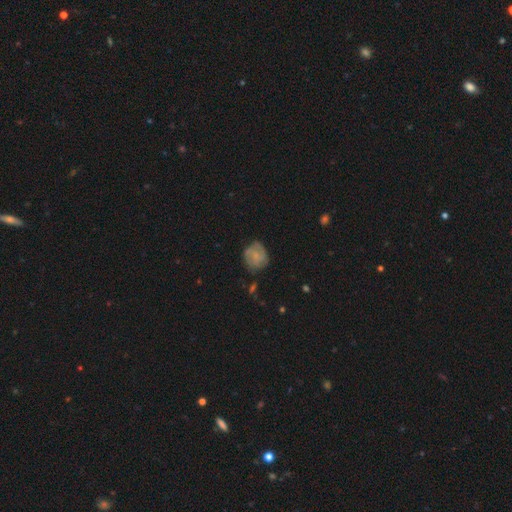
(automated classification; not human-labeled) smooth 48%, featured or disk 44%, star or artifact 8%. Down the decision tree: merging — none (64%).